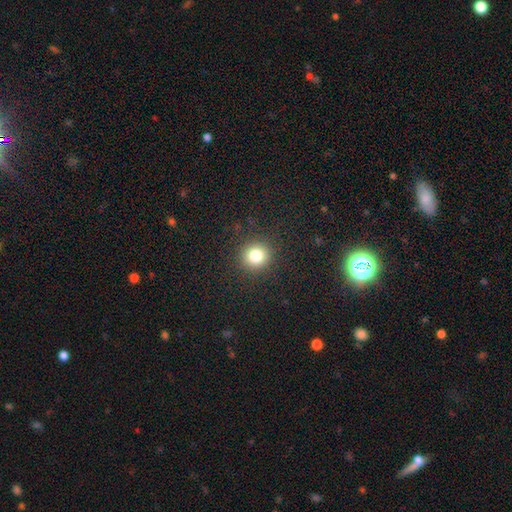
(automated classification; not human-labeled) A smooth galaxy with no disk features (81%) that is round (91%).

Vote fractions:
- Smooth or featured? smooth: 81% / star or artifact: 13% / featured or disk: 6%
- How rounded? round: 91% / in between: 8% / cigar-shaped: 1%
- Merging? none: 90% / minor disturbance: 6% / major disturbance: 3% / merger: 1%